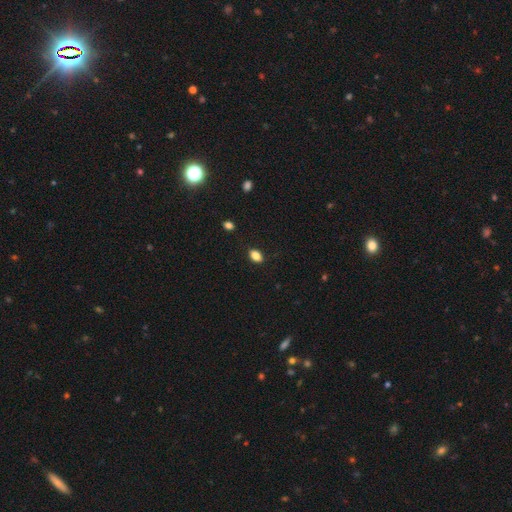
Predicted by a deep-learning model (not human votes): smooth_or_featured: smooth (p=0.85) [alt: star or artifact p=0.10]
how_rounded: in between (p=0.85) [alt: round p=0.13]
merging: none (p=0.86) [alt: minor disturbance p=0.10]